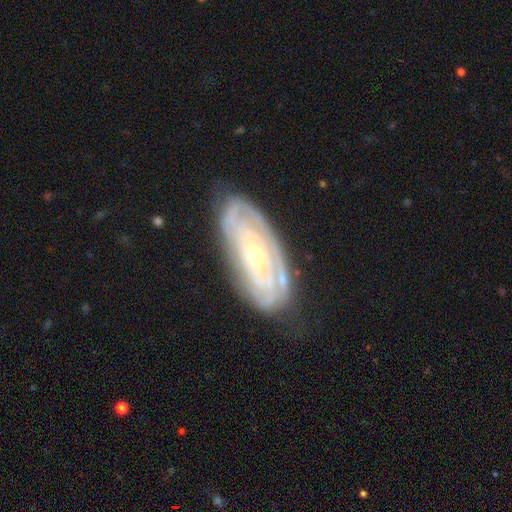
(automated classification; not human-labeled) This appears to be a featured or disk galaxy (78%) with no bar (72%), tight (77%) spiral arms (79%) and a small central bulge (57%). Merging: none (76%).